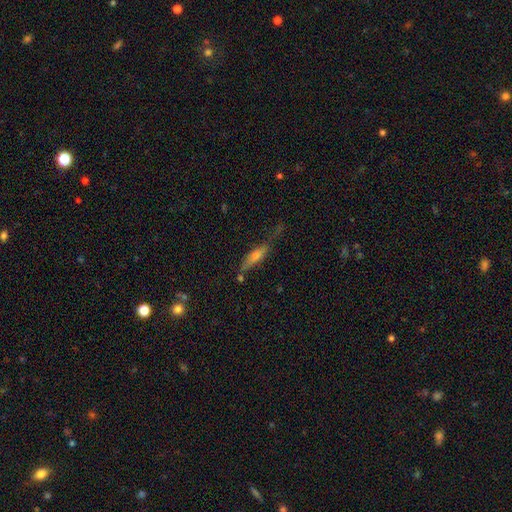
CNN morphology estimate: smooth-or-featured: featured or disk: 47% | smooth: 42% | star or artifact: 11%
  merging: none: 56% | minor disturbance: 25% | major disturbance: 12% | merger: 7%